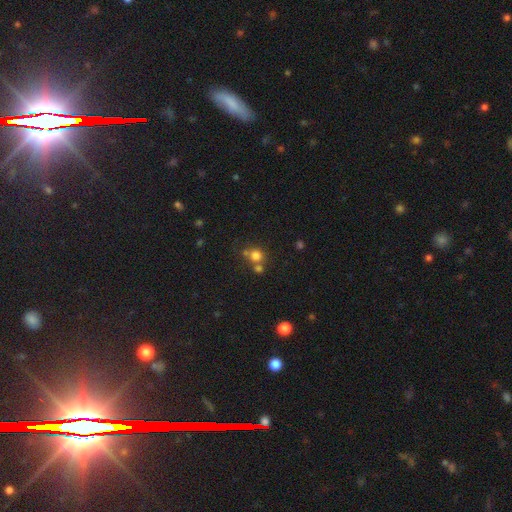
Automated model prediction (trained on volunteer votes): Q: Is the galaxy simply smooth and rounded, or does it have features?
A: smooth — 74%.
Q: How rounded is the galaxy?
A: round — 86%.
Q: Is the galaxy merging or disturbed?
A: none — 53%.